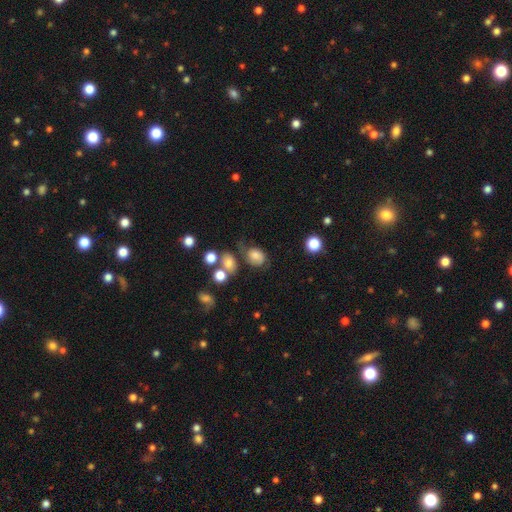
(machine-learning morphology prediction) A smooth galaxy with no disk features (67%) that is in between round and cigar-shaped (53%).

Vote fractions:
- Smooth or featured? smooth: 67% / featured or disk: 20% / star or artifact: 13%
- How rounded? in between: 53% / round: 46% / cigar-shaped: 1%
- Merging? none: 43% / minor disturbance: 27% / major disturbance: 18% / merger: 11%